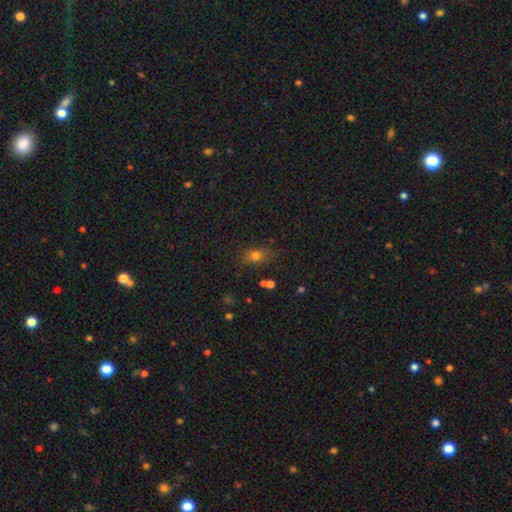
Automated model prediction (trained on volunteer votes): Overall: smooth (73%). How rounded: in between (60%; round 36%). Merging: none (72%).